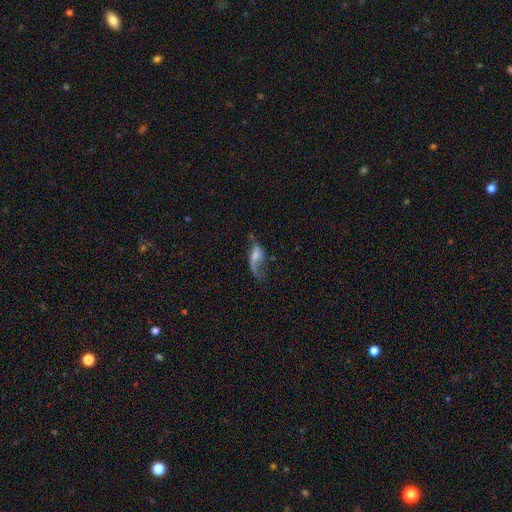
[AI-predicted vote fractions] Smooth or featured?
  - featured or disk: 53% *
  - smooth: 37%
  - star or artifact: 9%
Edge-on disk?
  - no: 88% *
  - yes: 12%
Merging?
  - major disturbance: 40% *
  - none: 31%
  - minor disturbance: 23%
  - merger: 6%